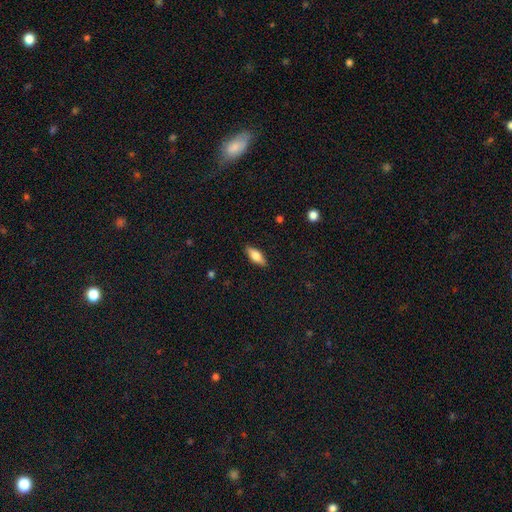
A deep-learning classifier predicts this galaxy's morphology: Smooth or featured? Predicted: smooth (p=0.70). How rounded? Predicted: in between (p=0.71). Merging? Predicted: none (p=0.88).